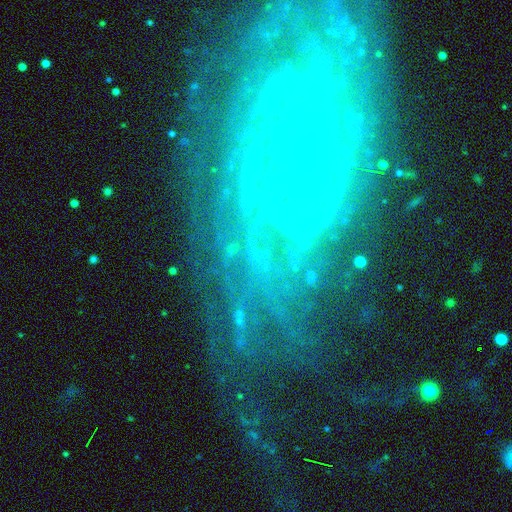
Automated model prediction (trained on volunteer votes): The model was most divided on "spiral arm count": can't tell: 30%, more than 4: 20%, 2: 14%, 3: 13%, 4: 13%, 1: 10%. More confident: edge-on disk — no (96%); spiral arms — yes (93%); spiral winding — tight (77%); smooth or featured — featured or disk (72%); merging — none (69%); bulge size — small (68%); bar — no (65%).